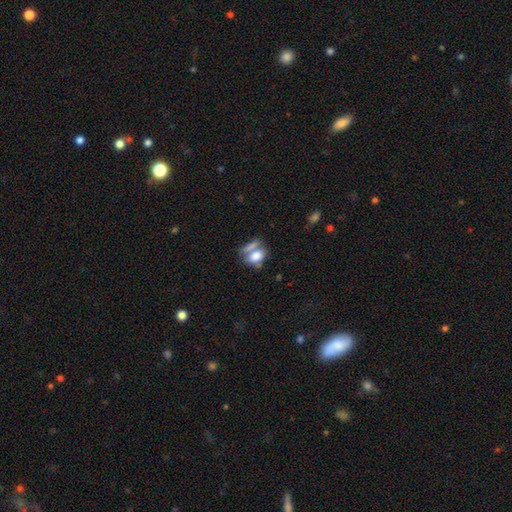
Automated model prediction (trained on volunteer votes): This appears to be a smooth galaxy with no disk features (73%) that is in between round and cigar-shaped (75%). Merging: merger (43%).